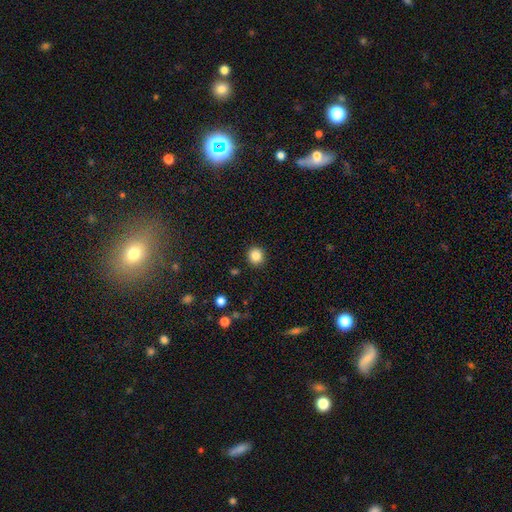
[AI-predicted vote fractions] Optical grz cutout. It shows a smooth galaxy with no disk features (85%) that is round (90%). Merging: none (91%).